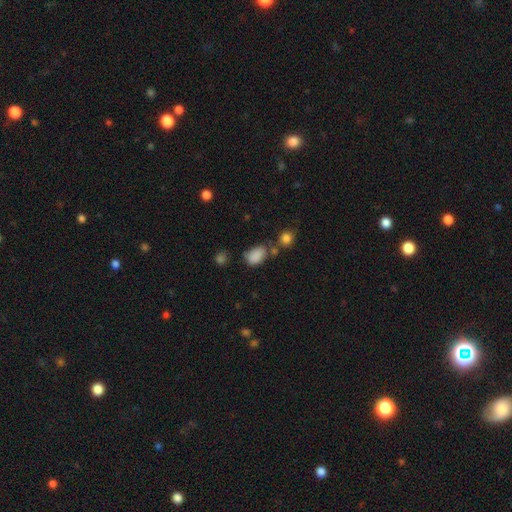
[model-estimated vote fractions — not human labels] The model was most divided on "merging": none: 57%, minor disturbance: 23%, merger: 13%, major disturbance: 8%. More confident: smooth or featured — smooth (85%); how rounded — in between (84%).